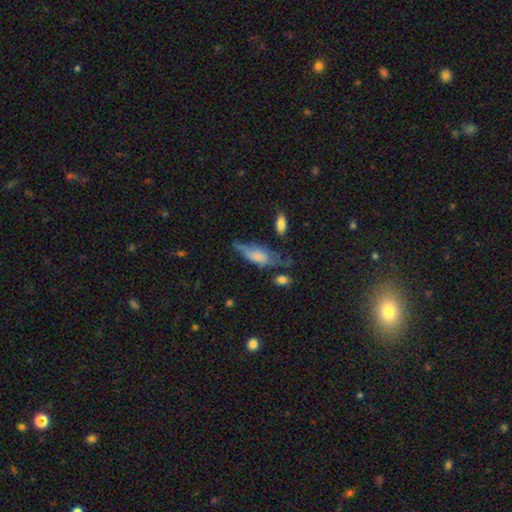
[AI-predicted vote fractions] A smooth galaxy with no disk features (59%) that is in between round and cigar-shaped (68%).

Vote fractions:
- Smooth or featured? smooth: 59% / featured or disk: 31% / star or artifact: 11%
- How rounded? in between: 68% / cigar-shaped: 29% / round: 3%
- Merging? none: 36% / minor disturbance: 34% / major disturbance: 22% / merger: 8%